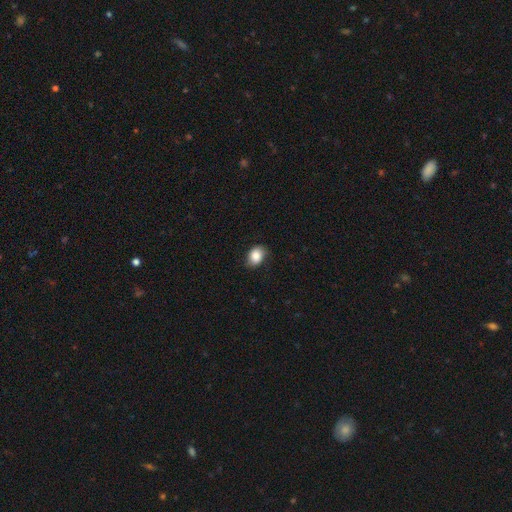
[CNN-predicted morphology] This is clearly a smooth galaxy (84%). How rounded: likely in between (71%). Merging: likely none (77%).